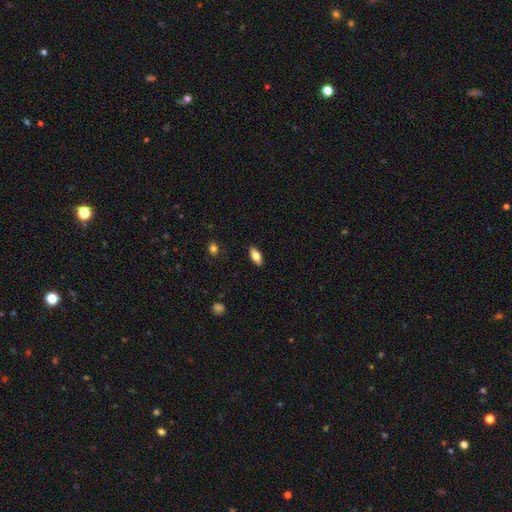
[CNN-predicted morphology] Smooth or featured? smooth (71%)
How rounded? in between (80%)
Merging? none (89%)